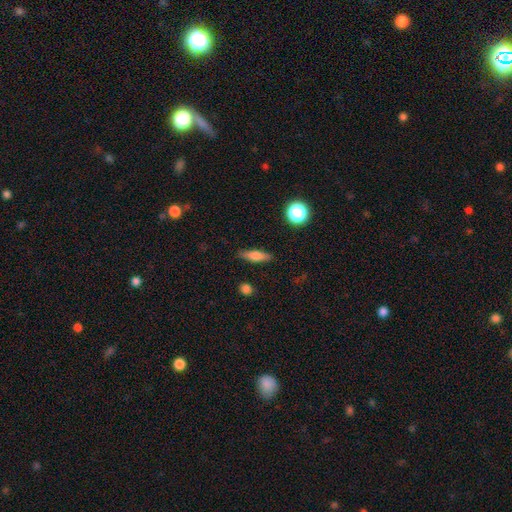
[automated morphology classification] A smooth galaxy with no disk features (68%) that is cigar-shaped (63%). Merging: none (86%).